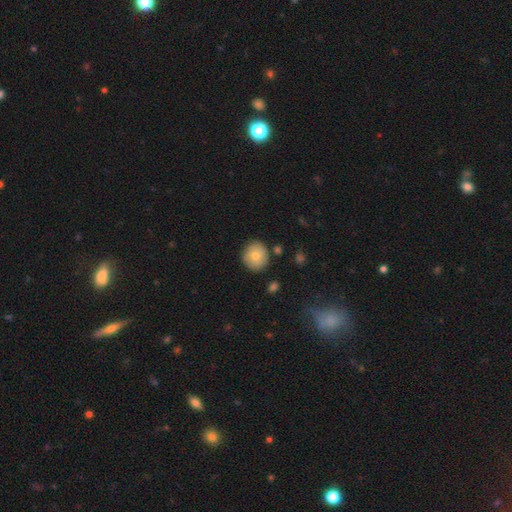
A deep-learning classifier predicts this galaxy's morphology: Smooth or featured? smooth (77%)
How rounded? round (84%)
Merging? none (83%)